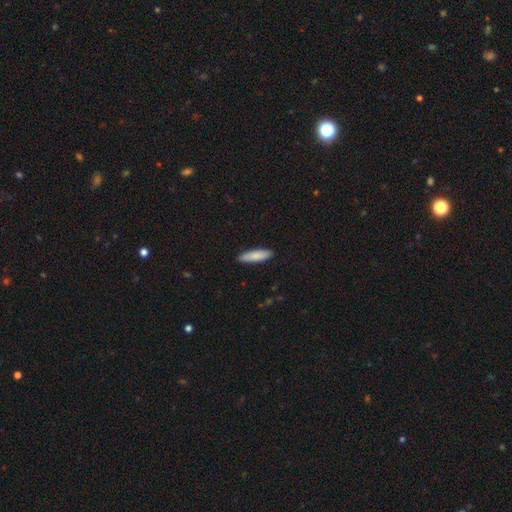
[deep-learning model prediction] Smooth or featured: smooth — 85% (featured or disk — 9%)
How rounded: cigar-shaped — 65% (in between — 33%)
Merging: none — 90% (minor disturbance — 8%)